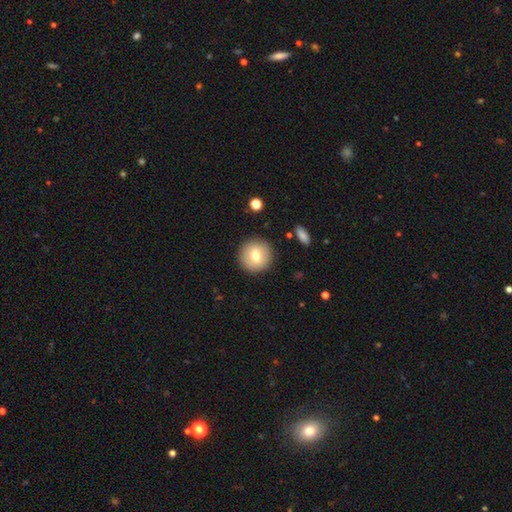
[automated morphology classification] This is likely a smooth galaxy (69%). How rounded: clearly round (92%). Merging: clearly none (89%).